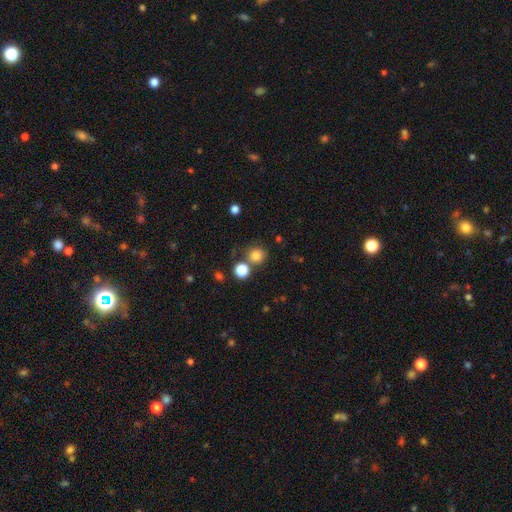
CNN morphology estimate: smooth 81%, star or artifact 13%, featured or disk 5%. Down the decision tree: how rounded — round (89%); merging — none (71%).